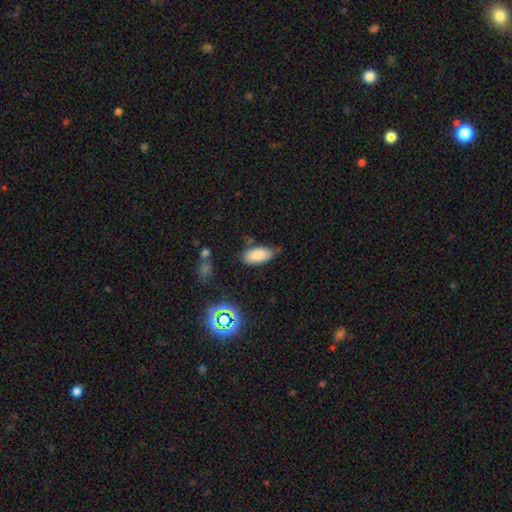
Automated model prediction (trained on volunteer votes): smooth_or_featured: smooth (p=0.85) [alt: star or artifact p=0.09]
how_rounded: in between (p=0.90) [alt: cigar-shaped p=0.08]
merging: none (p=0.76) [alt: minor disturbance p=0.17]